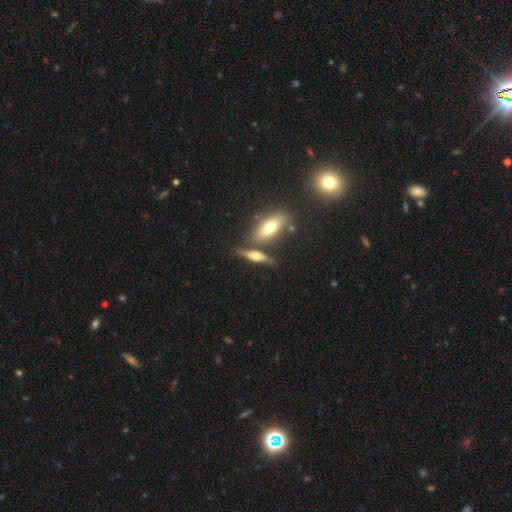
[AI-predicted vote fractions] Morphology: type=smooth (47%); merging=none (64%).